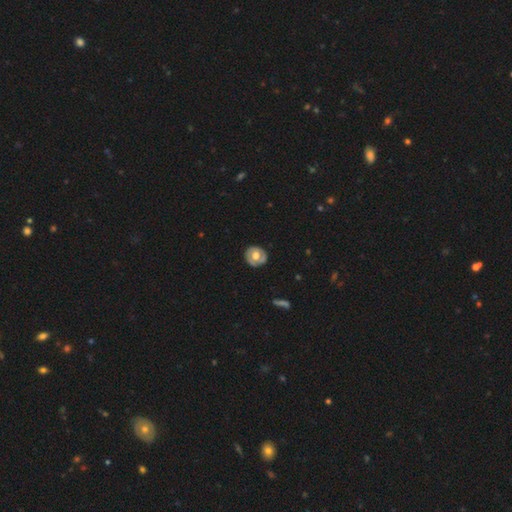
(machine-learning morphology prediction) Smooth or featured? Predicted: smooth (p=0.50). Merging? Predicted: none (p=0.84).